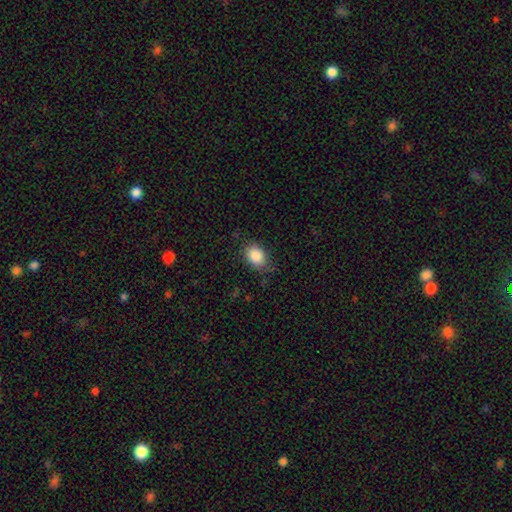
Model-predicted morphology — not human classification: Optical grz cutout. It shows a smooth galaxy with no disk features (86%) that is in between round and cigar-shaped (74%). Merging: none (75%).